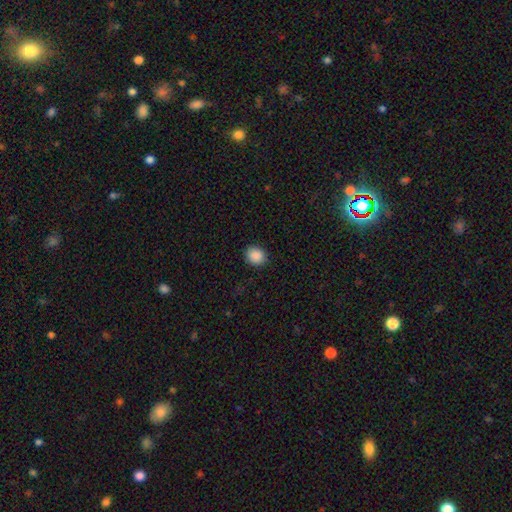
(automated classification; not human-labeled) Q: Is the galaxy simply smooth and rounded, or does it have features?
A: smooth — 89%.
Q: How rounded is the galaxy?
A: round — 65%.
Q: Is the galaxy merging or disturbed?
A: none — 90%.